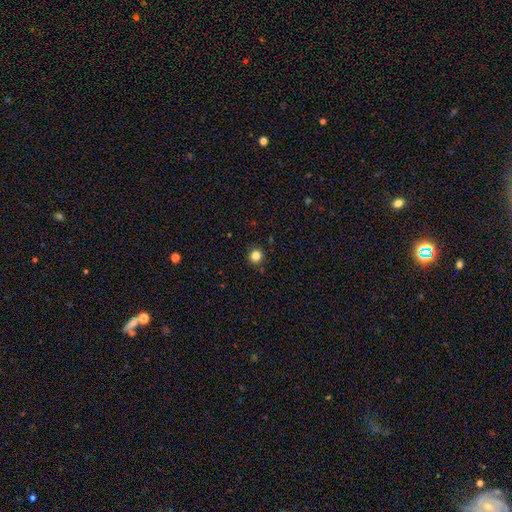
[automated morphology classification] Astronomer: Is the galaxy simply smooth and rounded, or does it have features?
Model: smooth — 83%.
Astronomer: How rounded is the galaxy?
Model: round — 93%.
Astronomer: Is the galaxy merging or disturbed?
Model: none — 91%.